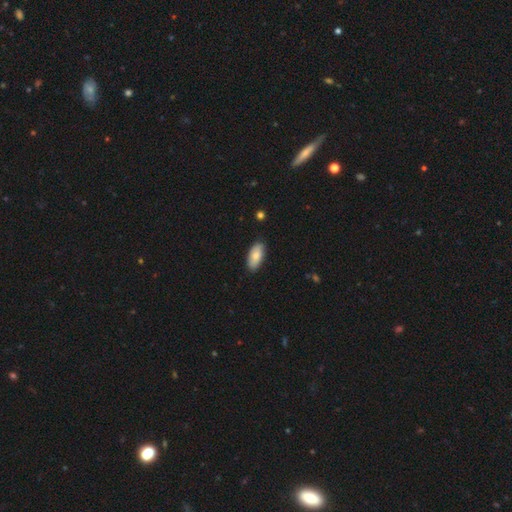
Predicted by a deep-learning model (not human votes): smooth 78%, featured or disk 16%, star or artifact 6%. Down the decision tree: how rounded — in between (91%); merging — none (85%).